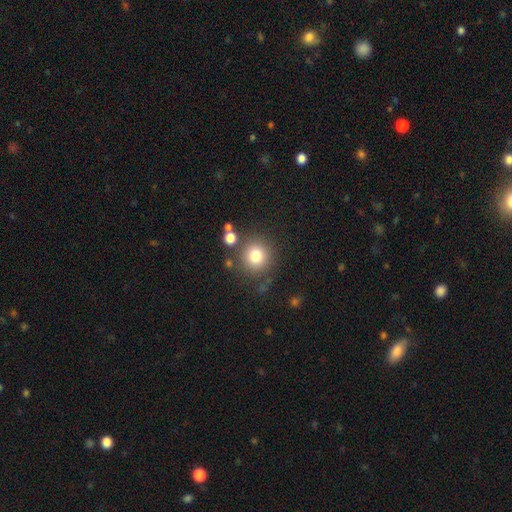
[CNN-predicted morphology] This is likely a smooth galaxy (79%). How rounded: clearly round (91%). Merging: clearly none (80%).